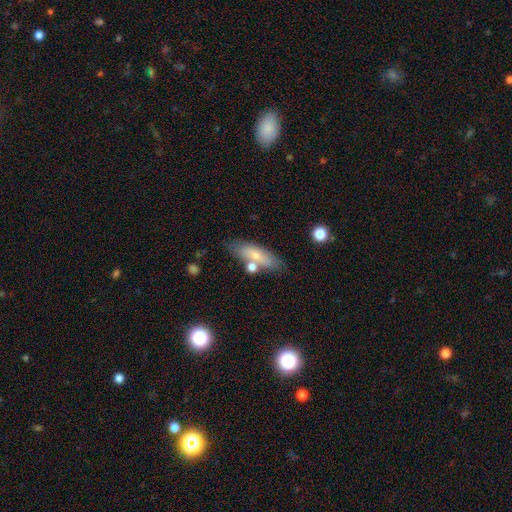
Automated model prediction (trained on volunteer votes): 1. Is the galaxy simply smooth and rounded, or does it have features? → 69% smooth, 24% featured or disk, 7% star or artifact.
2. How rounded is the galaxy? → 57% in between, 40% cigar-shaped, 4% round.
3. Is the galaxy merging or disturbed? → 65% none, 16% minor disturbance, 14% merger, 5% major disturbance.